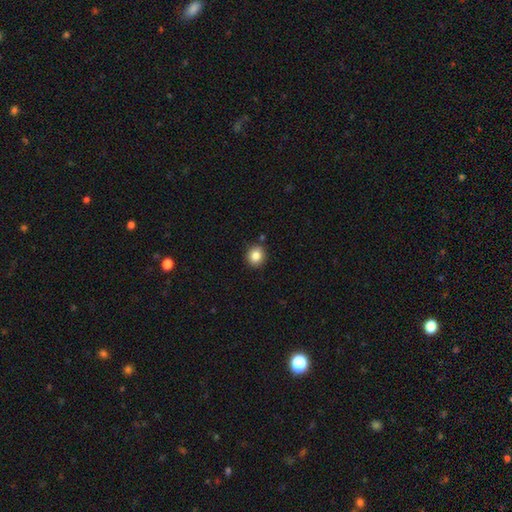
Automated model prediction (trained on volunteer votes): Q: Smooth or featured?
A: smooth (85%); runner-up: star or artifact (10%)
Q: How rounded?
A: round (84%); runner-up: in between (16%)
Q: Merging?
A: none (87%); runner-up: minor disturbance (8%)